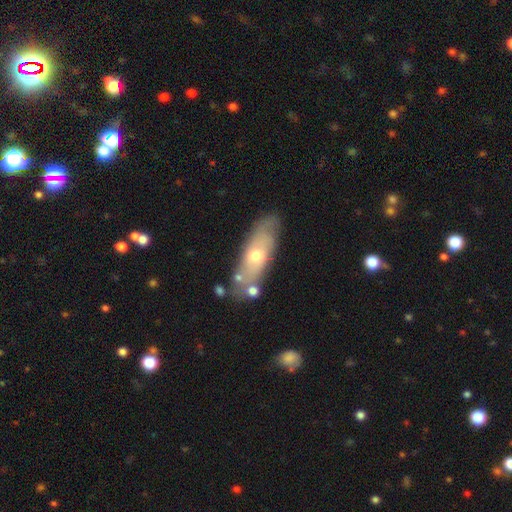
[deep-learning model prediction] Overall: featured or disk (53%; smooth 39%). Edge-on disk: no (72%). Merging: none (72%).